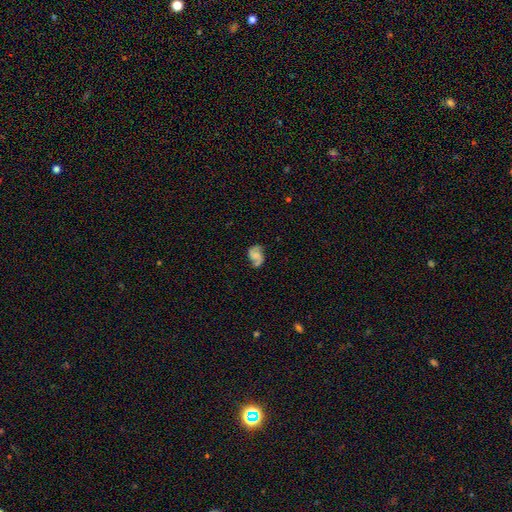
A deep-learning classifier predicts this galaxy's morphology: Q: Smooth or featured?
A: featured or disk (70%); runner-up: smooth (22%)
Q: Edge-on disk?
A: no (98%); runner-up: yes (2%)
Q: Bar?
A: no (54%); runner-up: weak (36%)
Q: Spiral arms?
A: yes (93%); runner-up: no (7%)
Q: Spiral winding?
A: medium (44%); runner-up: loose (39%)
Q: Spiral arm count?
A: 2 (88%); runner-up: can't tell (4%)
Q: Bulge size?
A: none (44%); runner-up: small (26%)
Q: Merging?
A: none (66%); runner-up: minor disturbance (21%)